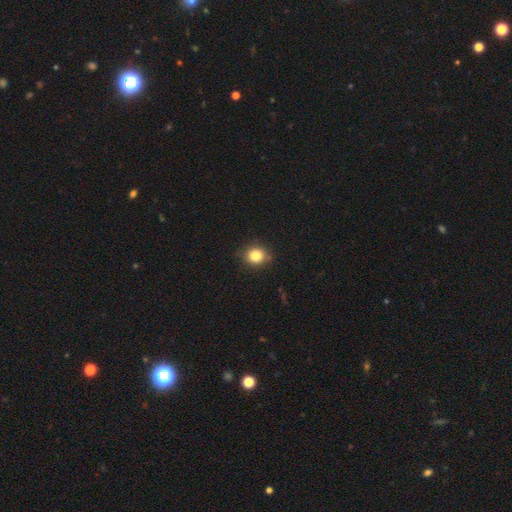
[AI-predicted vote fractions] smooth_or_featured: smooth (p=0.83) [alt: star or artifact p=0.11]
how_rounded: round (p=0.80) [alt: in between p=0.19]
merging: none (p=0.84) [alt: minor disturbance p=0.12]